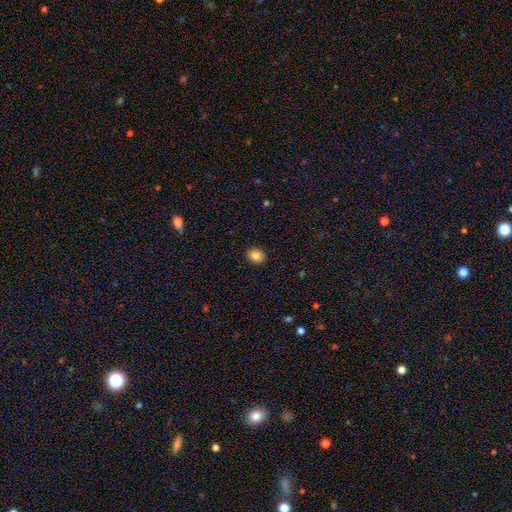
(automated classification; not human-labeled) smooth 84%, star or artifact 9%, featured or disk 7%. Down the decision tree: how rounded — in between (53%); merging — none (90%).